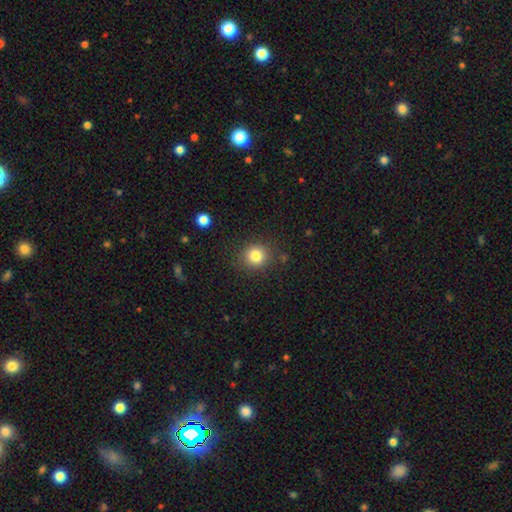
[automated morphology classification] Smooth or featured? Predicted: smooth (p=0.82). How rounded? Predicted: round (p=0.88). Merging? Predicted: none (p=0.86).